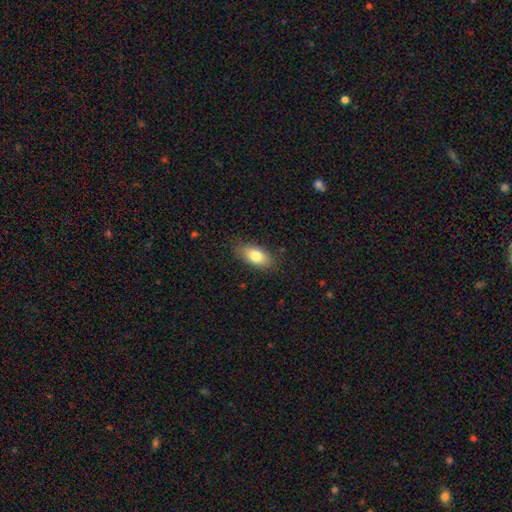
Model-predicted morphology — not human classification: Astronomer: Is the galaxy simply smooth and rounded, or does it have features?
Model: smooth — 80%.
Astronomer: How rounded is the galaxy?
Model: in between — 88%.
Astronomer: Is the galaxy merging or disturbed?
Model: none — 84%.